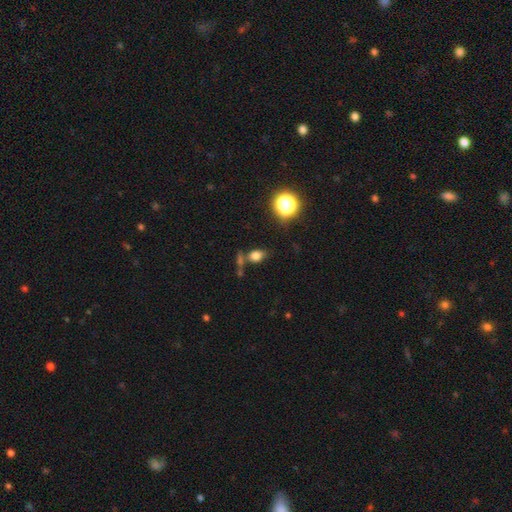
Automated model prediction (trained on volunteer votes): A smooth galaxy with no disk features (76%) that is in between round and cigar-shaped (70%).

Vote fractions:
- Smooth or featured? smooth: 76% / star or artifact: 16% / featured or disk: 8%
- How rounded? in between: 70% / round: 27% / cigar-shaped: 3%
- Merging? none: 62% / merger: 18% / minor disturbance: 14% / major disturbance: 6%